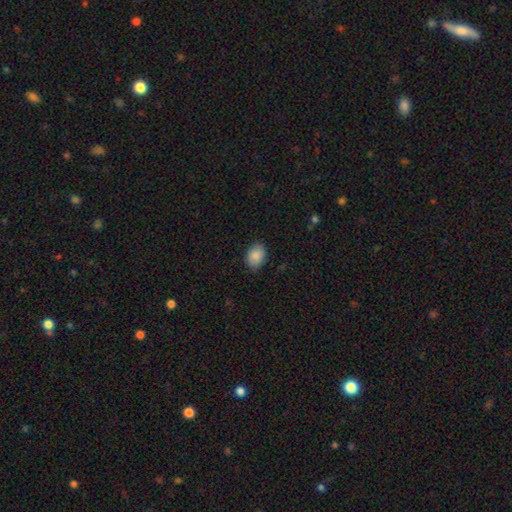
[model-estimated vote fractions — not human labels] Smooth or featured?
  - smooth: 88% *
  - star or artifact: 7%
  - featured or disk: 5%
How rounded?
  - in between: 69% *
  - round: 30%
  - cigar-shaped: 1%
Merging?
  - none: 84% *
  - minor disturbance: 13%
  - major disturbance: 2%
  - merger: 1%